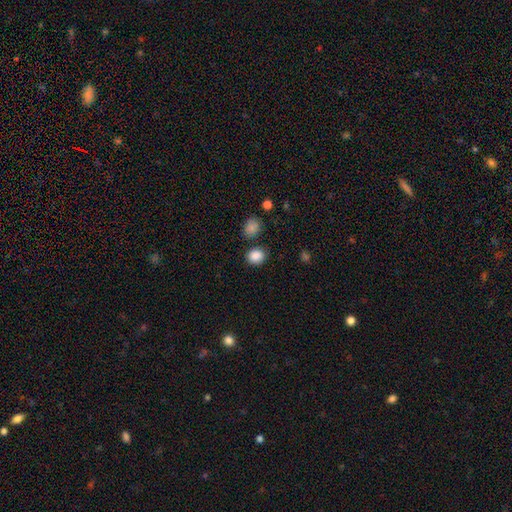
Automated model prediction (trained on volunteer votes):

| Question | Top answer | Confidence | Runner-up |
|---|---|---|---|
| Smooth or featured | smooth | 87% | star or artifact (10%) |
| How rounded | round | 72% | in between (27%) |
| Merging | none | 81% | minor disturbance (10%) |